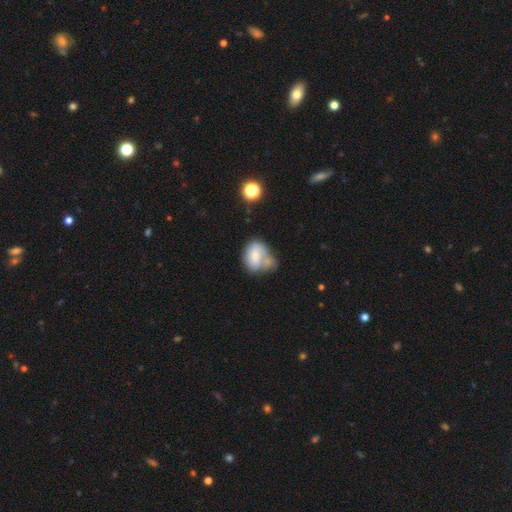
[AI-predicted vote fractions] Smooth or featured?
  - smooth: 67% *
  - featured or disk: 24%
  - star or artifact: 9%
How rounded?
  - in between: 71% *
  - round: 27%
  - cigar-shaped: 1%
Merging?
  - merger: 34% *
  - none: 26%
  - minor disturbance: 24%
  - major disturbance: 16%